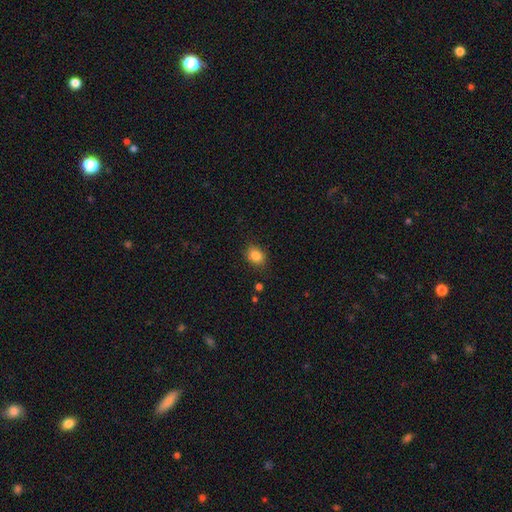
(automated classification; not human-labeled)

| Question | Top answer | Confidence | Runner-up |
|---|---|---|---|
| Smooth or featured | smooth | 84% | star or artifact (10%) |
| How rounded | in between | 54% | round (45%) |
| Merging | none | 84% | minor disturbance (12%) |